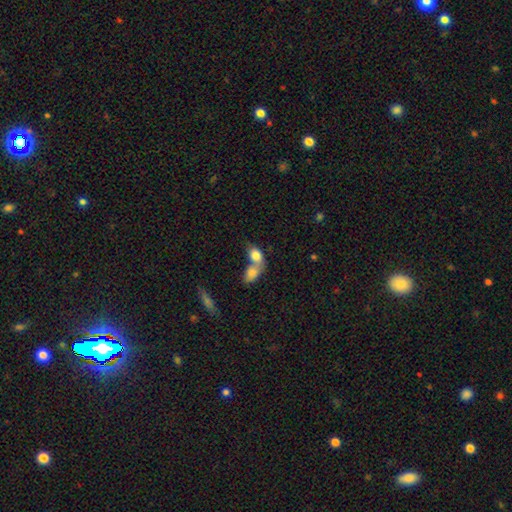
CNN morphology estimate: This appears to be a smooth galaxy with no disk features (79%) that is in between round and cigar-shaped (75%). Merging: merger (72%).